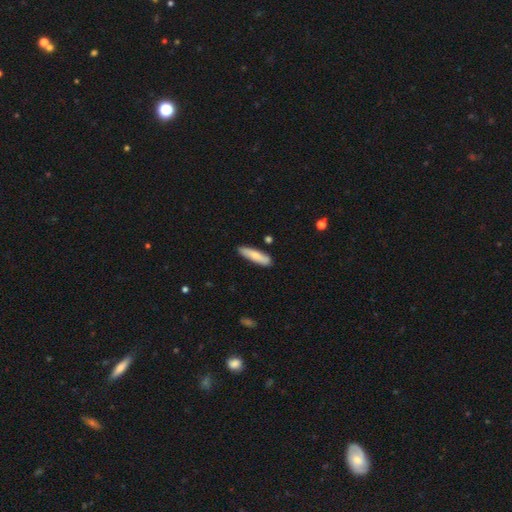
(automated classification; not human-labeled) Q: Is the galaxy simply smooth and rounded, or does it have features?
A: smooth — 77%.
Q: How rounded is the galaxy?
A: cigar-shaped — 72%.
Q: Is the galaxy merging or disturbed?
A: none — 86%.